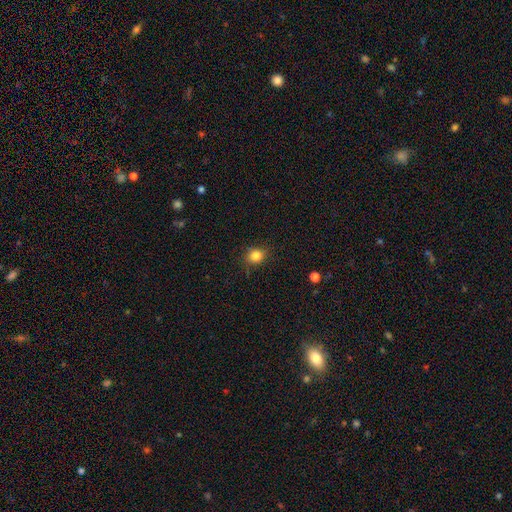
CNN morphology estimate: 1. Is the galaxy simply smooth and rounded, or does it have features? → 84% smooth, 11% star or artifact, 5% featured or disk.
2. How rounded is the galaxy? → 70% round, 29% in between, 1% cigar-shaped.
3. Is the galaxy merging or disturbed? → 82% none, 14% minor disturbance, 3% major disturbance, 1% merger.